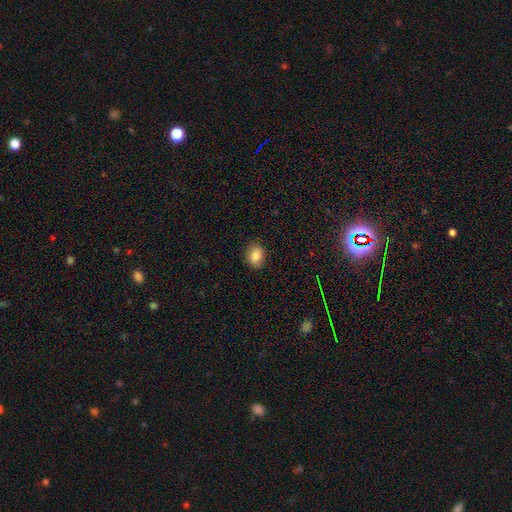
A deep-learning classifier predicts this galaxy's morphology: A smooth galaxy with no disk features (85%) that is in between round and cigar-shaped (63%). Merging: none (88%).